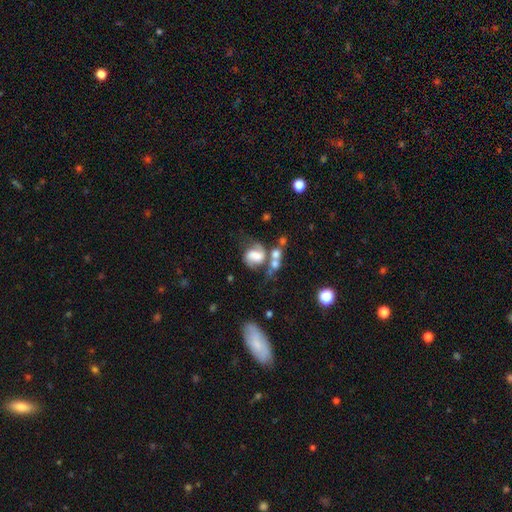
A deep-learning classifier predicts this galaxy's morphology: A featured or disk galaxy (50%). Merging: merger (40%).